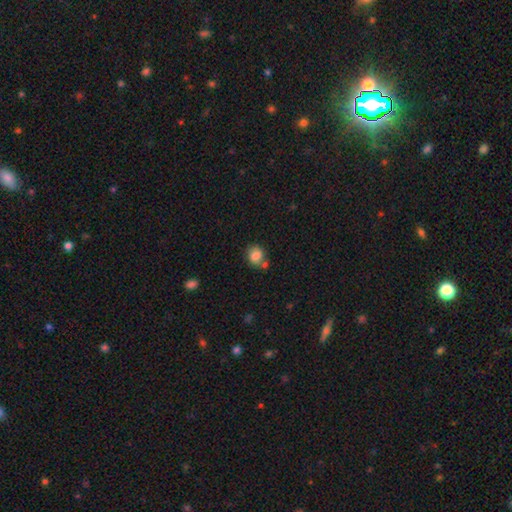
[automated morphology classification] This is clearly a smooth galaxy (83%). How rounded: likely round (71%). Merging: likely none (62%).